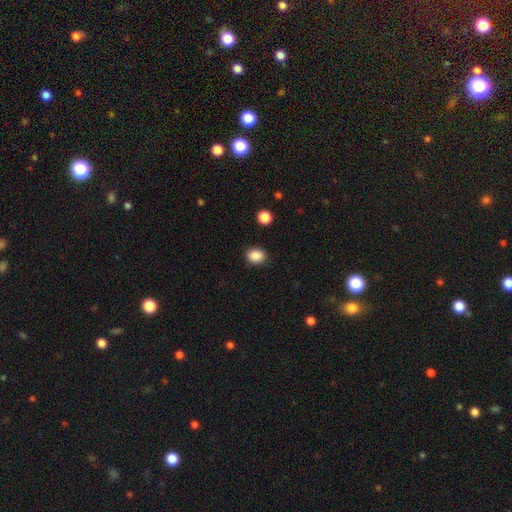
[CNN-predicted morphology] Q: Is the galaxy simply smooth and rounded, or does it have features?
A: smooth — 88%.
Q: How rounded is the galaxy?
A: in between — 55%.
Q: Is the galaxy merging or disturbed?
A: none — 88%.